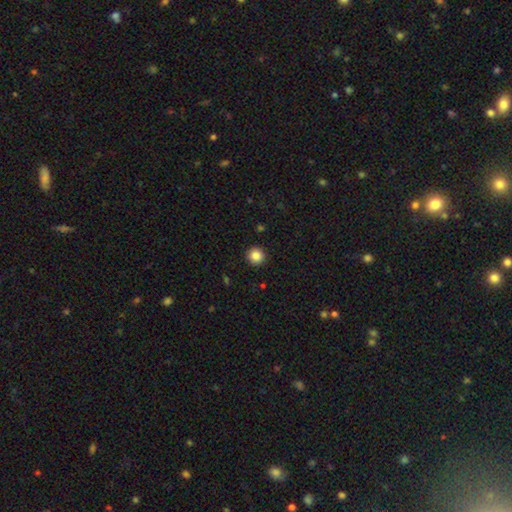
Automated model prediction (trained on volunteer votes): The model was most divided on "smooth or featured": smooth: 87%, star or artifact: 10%, featured or disk: 4%. More confident: how rounded — round (96%); merging — none (93%).